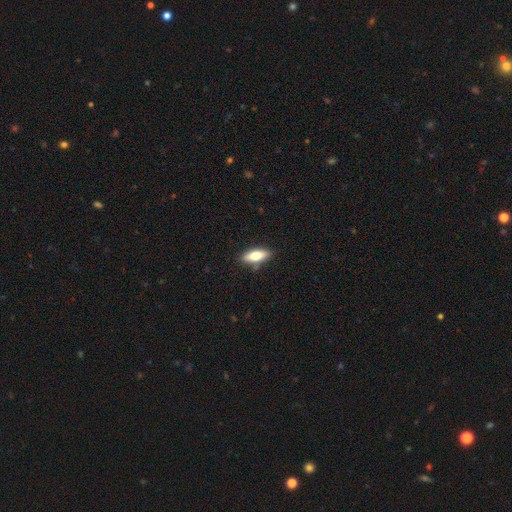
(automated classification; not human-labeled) Smooth or featured? Predicted: smooth (p=0.73). How rounded? Predicted: in between (p=0.70). Merging? Predicted: none (p=0.85).